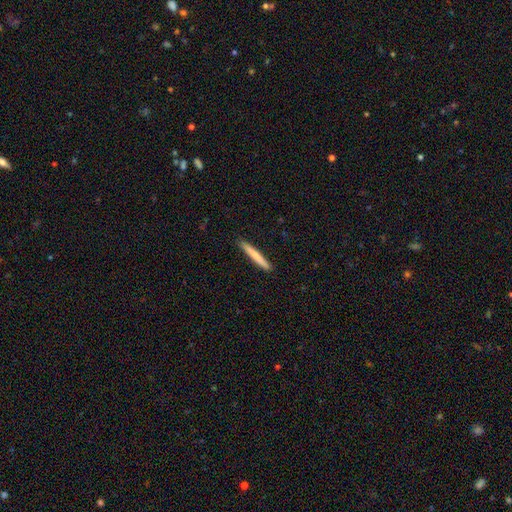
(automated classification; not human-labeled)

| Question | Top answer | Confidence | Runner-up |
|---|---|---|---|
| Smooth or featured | smooth | 73% | featured or disk (22%) |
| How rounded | cigar-shaped | 96% | in between (3%) |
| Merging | none | 92% | minor disturbance (6%) |